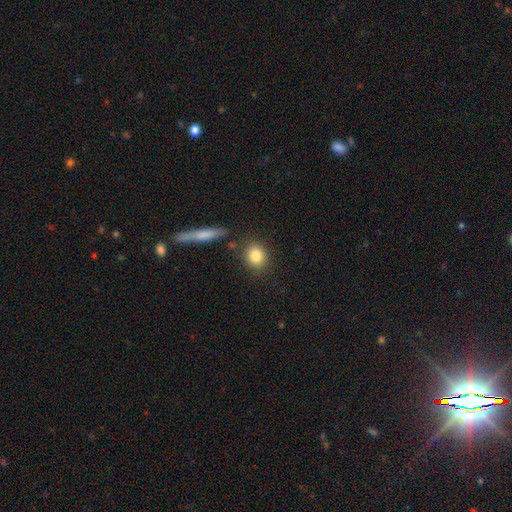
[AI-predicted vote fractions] This is clearly a smooth galaxy (83%). How rounded: likely round (70%). Merging: clearly none (82%).